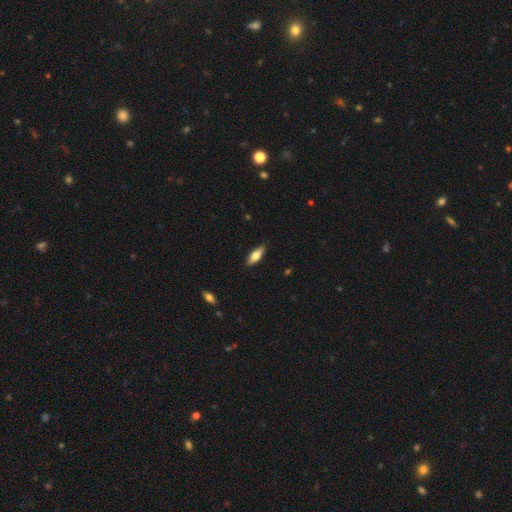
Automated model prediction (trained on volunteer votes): Smooth or featured?
  - smooth: 67% *
  - featured or disk: 27%
  - star or artifact: 6%
How rounded?
  - in between: 63% *
  - cigar-shaped: 35%
  - round: 2%
Merging?
  - none: 87% *
  - minor disturbance: 10%
  - major disturbance: 2%
  - merger: 1%